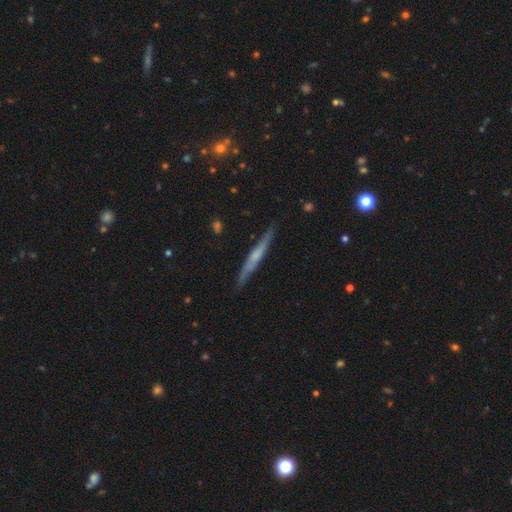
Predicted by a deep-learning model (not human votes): Smooth or featured? featured or disk (59%)
Edge-on disk? yes (96%)
Edge-on bulge? none (45%)
Merging? none (86%)